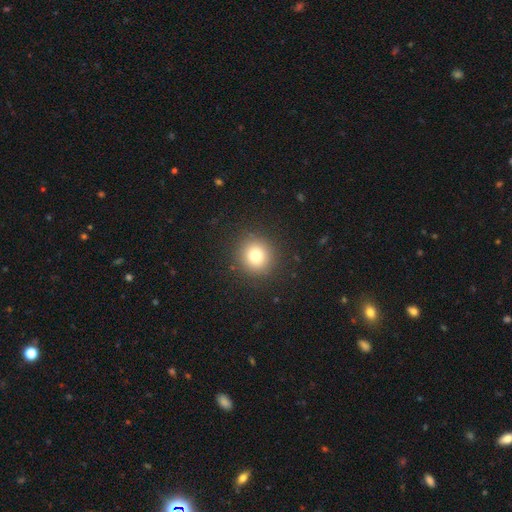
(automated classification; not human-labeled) A smooth galaxy with no disk features (77%) that is round (91%). Merging: none (90%).